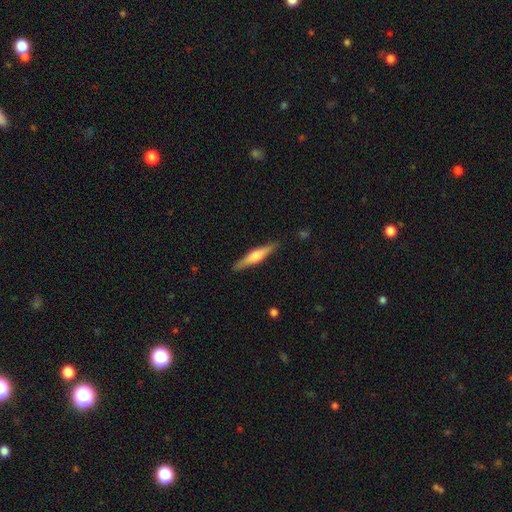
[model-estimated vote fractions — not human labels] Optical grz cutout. It shows a featured or disk galaxy (55%) viewed edge-on (97%) with a rounded central bulge (84%). Merging: none (90%).